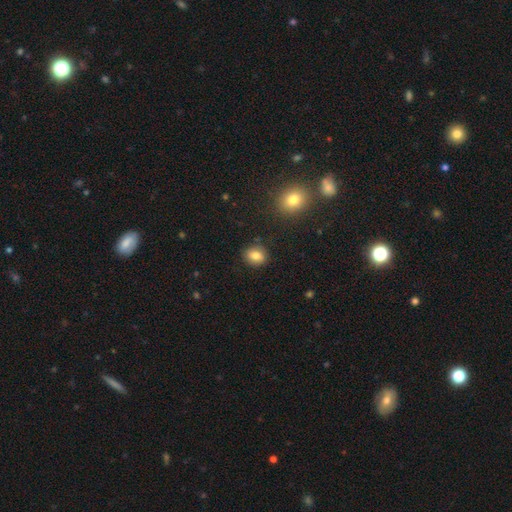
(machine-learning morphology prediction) smooth_or_featured: smooth (p=0.82) [alt: star or artifact p=0.10]
how_rounded: round (p=0.60) [alt: in between p=0.39]
merging: none (p=0.86) [alt: minor disturbance p=0.09]